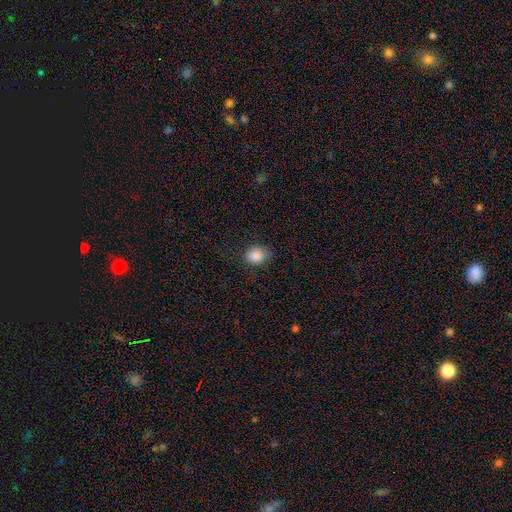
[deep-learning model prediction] Smooth or featured?
  - smooth: 87% *
  - star or artifact: 9%
  - featured or disk: 4%
How rounded?
  - round: 50% *
  - in between: 49%
  - cigar-shaped: 1%
Merging?
  - none: 77% *
  - minor disturbance: 17%
  - major disturbance: 5%
  - merger: 1%